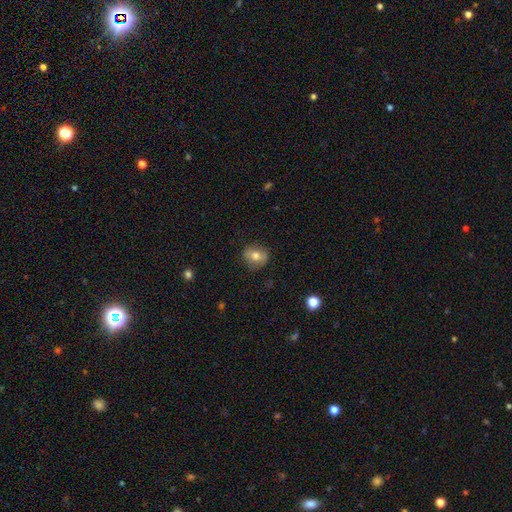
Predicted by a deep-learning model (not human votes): Smooth or featured?
  - smooth: 72% *
  - featured or disk: 19%
  - star or artifact: 10%
How rounded?
  - round: 71% *
  - in between: 28%
  - cigar-shaped: 1%
Merging?
  - none: 84% *
  - minor disturbance: 12%
  - major disturbance: 3%
  - merger: 1%